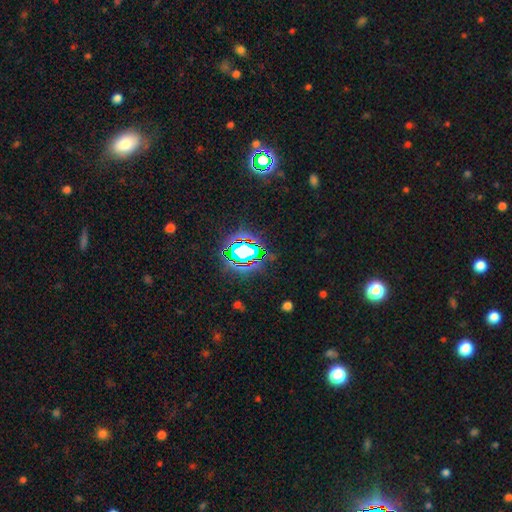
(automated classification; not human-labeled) Smooth or featured: star or artifact — 80% (smooth — 12%)